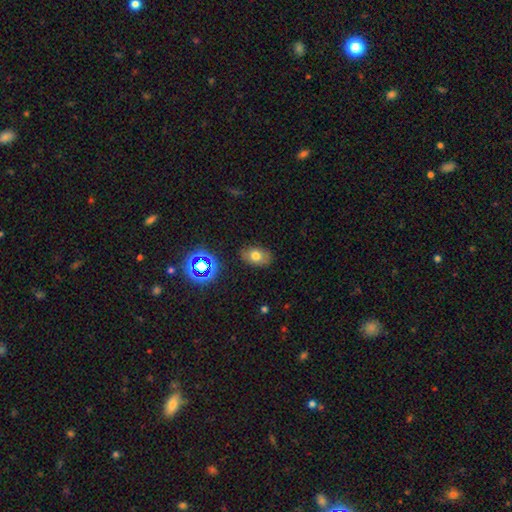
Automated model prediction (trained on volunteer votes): Smooth or featured?
  - smooth: 70% *
  - featured or disk: 15%
  - star or artifact: 15%
How rounded?
  - in between: 80% *
  - round: 19%
  - cigar-shaped: 1%
Merging?
  - none: 82% *
  - minor disturbance: 13%
  - major disturbance: 3%
  - merger: 2%